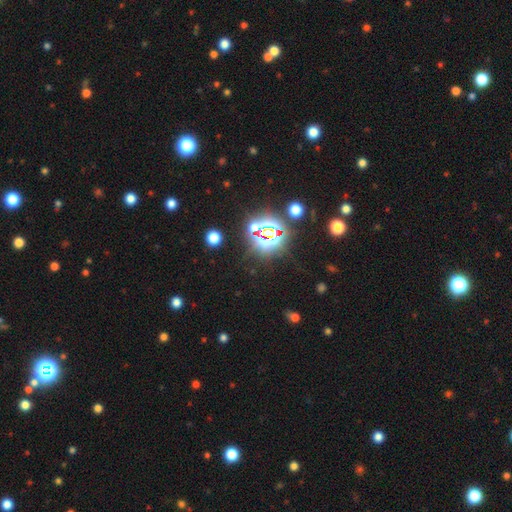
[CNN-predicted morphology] smooth_or_featured: star or artifact (p=0.84) [alt: smooth p=0.10]